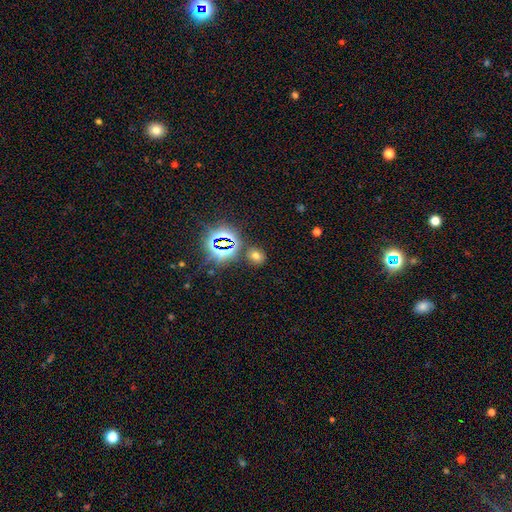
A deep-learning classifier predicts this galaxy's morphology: Smooth or featured?
  - smooth: 59% *
  - star or artifact: 32%
  - featured or disk: 9%
How rounded?
  - round: 63% *
  - in between: 36%
  - cigar-shaped: 1%
Merging?
  - none: 83% *
  - minor disturbance: 9%
  - merger: 5%
  - major disturbance: 3%